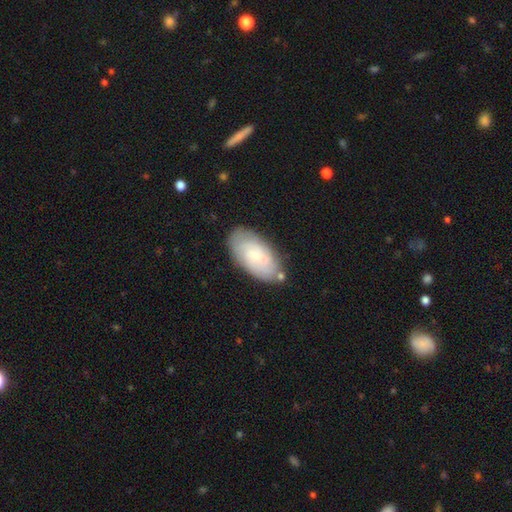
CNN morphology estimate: smooth-or-featured: smooth: 52% | featured or disk: 41% | star or artifact: 8%
  how-rounded: in between: 93% | cigar-shaped: 4% | round: 3%
  merging: none: 72% | minor disturbance: 18% | merger: 6% | major disturbance: 5%